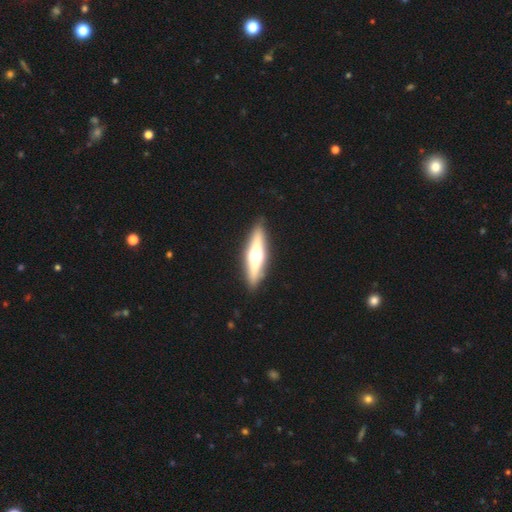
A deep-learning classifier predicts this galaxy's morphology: Smooth or featured?
  - featured or disk: 64% *
  - smooth: 30%
  - star or artifact: 5%
Edge-on disk?
  - yes: 94% *
  - no: 6%
Edge-on bulge?
  - rounded: 94% *
  - boxy: 3%
  - none: 2%
Merging?
  - none: 90% *
  - minor disturbance: 7%
  - major disturbance: 2%
  - merger: 1%